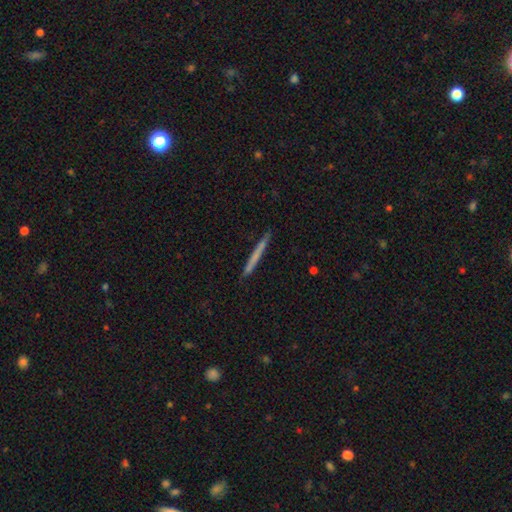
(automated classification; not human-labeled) Overall: smooth (58%; featured or disk 37%). How rounded: cigar-shaped (97%). Merging: none (91%).